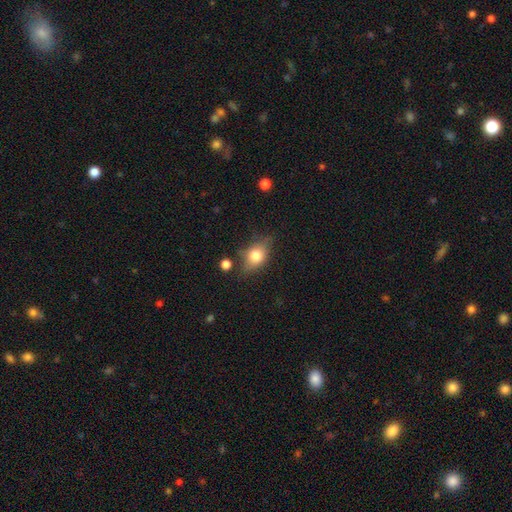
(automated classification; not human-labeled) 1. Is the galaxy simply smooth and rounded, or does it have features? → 67% smooth, 24% featured or disk, 9% star or artifact.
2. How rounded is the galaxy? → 67% in between, 28% round, 5% cigar-shaped.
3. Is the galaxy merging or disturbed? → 67% none, 22% minor disturbance, 7% major disturbance, 4% merger.